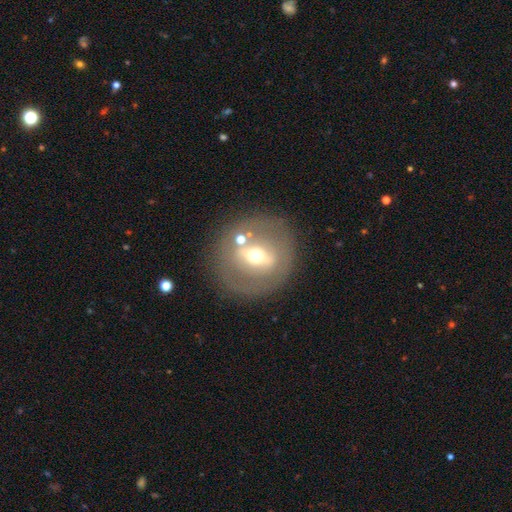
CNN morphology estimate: A featured or disk galaxy (60%) with a strong bar (43%), no spiral arms (87%) and a moderate central bulge (69%).

Vote fractions:
- Smooth or featured? featured or disk: 60% / smooth: 32% / star or artifact: 8%
- Edge-on disk? no: 84% / yes: 16%
- Bar? strong: 43% / weak: 33% / no: 24%
- Spiral arms? no: 87% / yes: 13%
- Bulge size? moderate: 69% / small: 21% / large: 8% / dominant: 1% / none: 1%
- Merging? none: 81% / minor disturbance: 10% / major disturbance: 5% / merger: 4%